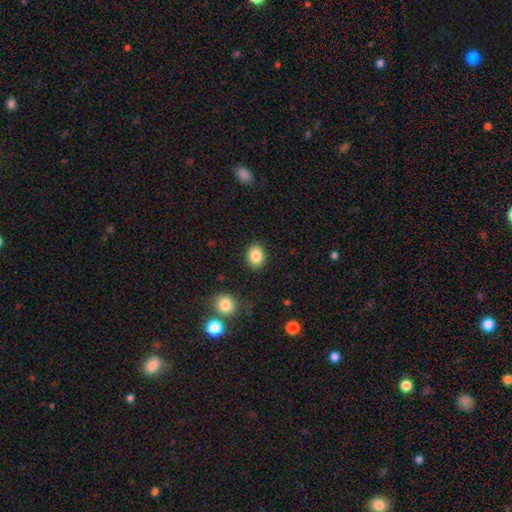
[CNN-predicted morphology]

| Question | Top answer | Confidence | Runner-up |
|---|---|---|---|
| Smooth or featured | smooth | 85% | star or artifact (9%) |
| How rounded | in between | 59% | round (40%) |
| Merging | none | 88% | minor disturbance (8%) |